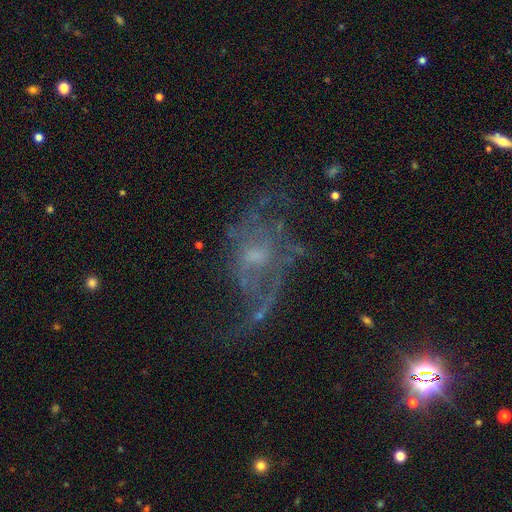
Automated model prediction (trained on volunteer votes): Smooth or featured?
  - featured or disk: 74% *
  - star or artifact: 16%
  - smooth: 10%
Edge-on disk?
  - no: 95% *
  - yes: 5%
Bar?
  - no: 67% *
  - weak: 27%
  - strong: 6%
Spiral arms?
  - yes: 84% *
  - no: 16%
Spiral winding?
  - loose: 44% *
  - medium: 37%
  - tight: 18%
Spiral arm count?
  - 2: 45% *
  - can't tell: 27%
  - 3: 9%
  - 1: 9%
  - 4: 5%
  - more than 4: 5%
Bulge size?
  - small: 60% *
  - moderate: 28%
  - none: 9%
  - large: 2%
  - dominant: 1%
Merging?
  - none: 52% *
  - major disturbance: 27%
  - minor disturbance: 17%
  - merger: 4%